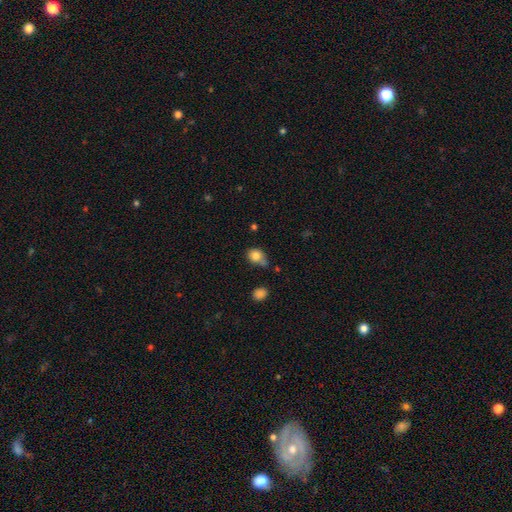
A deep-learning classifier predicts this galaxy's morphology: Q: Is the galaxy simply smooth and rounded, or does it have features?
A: smooth — 82%.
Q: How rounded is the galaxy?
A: round — 56%.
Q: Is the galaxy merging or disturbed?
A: none — 51%.